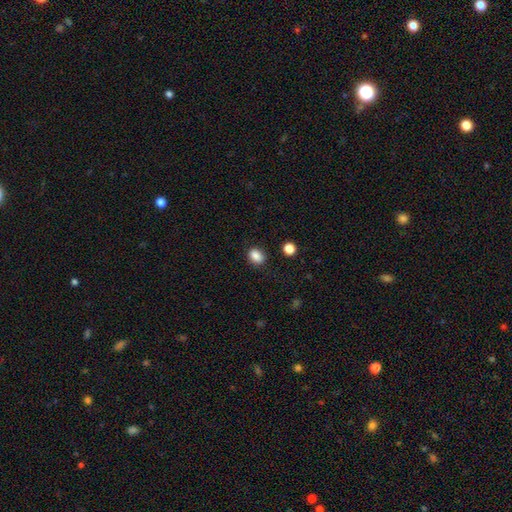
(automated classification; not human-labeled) Q: Smooth or featured?
A: smooth (87%); runner-up: star or artifact (10%)
Q: How rounded?
A: in between (64%); runner-up: round (35%)
Q: Merging?
A: none (83%); runner-up: minor disturbance (12%)